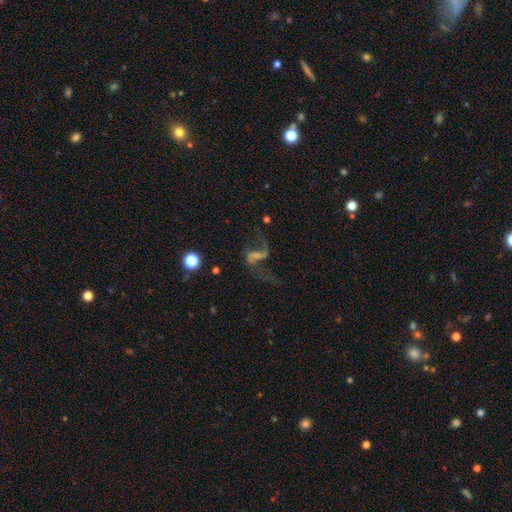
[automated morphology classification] Q: Smooth or featured?
A: featured or disk (76%); runner-up: star or artifact (14%)
Q: Edge-on disk?
A: no (96%); runner-up: yes (4%)
Q: Bar?
A: weak (40%); runner-up: strong (35%)
Q: Spiral arms?
A: yes (90%); runner-up: no (10%)
Q: Spiral winding?
A: loose (83%); runner-up: medium (14%)
Q: Spiral arm count?
A: 2 (87%); runner-up: 1 (7%)
Q: Bulge size?
A: none (48%); runner-up: small (32%)
Q: Merging?
A: none (59%); runner-up: major disturbance (23%)